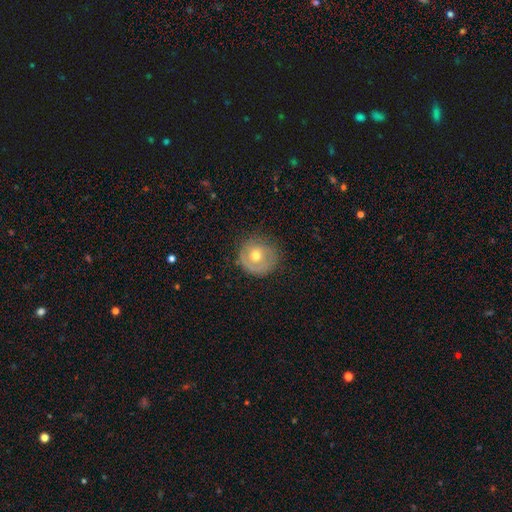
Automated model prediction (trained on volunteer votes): Overall: featured or disk (47%; smooth 45%). Merging: none (74%).